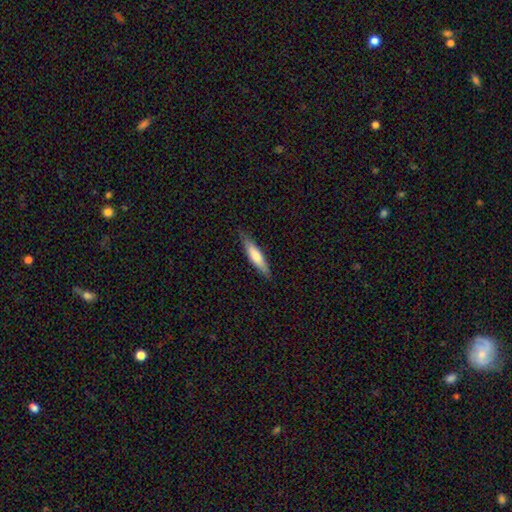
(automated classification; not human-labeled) smooth_or_featured: smooth (p=0.66) [alt: featured or disk p=0.29]
how_rounded: cigar-shaped (p=0.78) [alt: in between p=0.20]
merging: none (p=0.84) [alt: minor disturbance p=0.12]